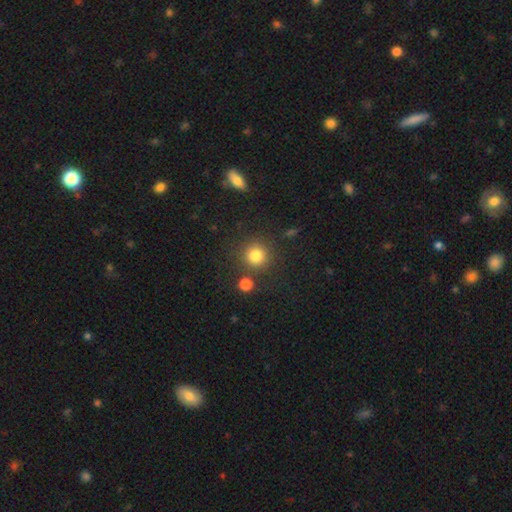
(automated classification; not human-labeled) A smooth galaxy with no disk features (82%) that is round (92%). Merging: none (80%).